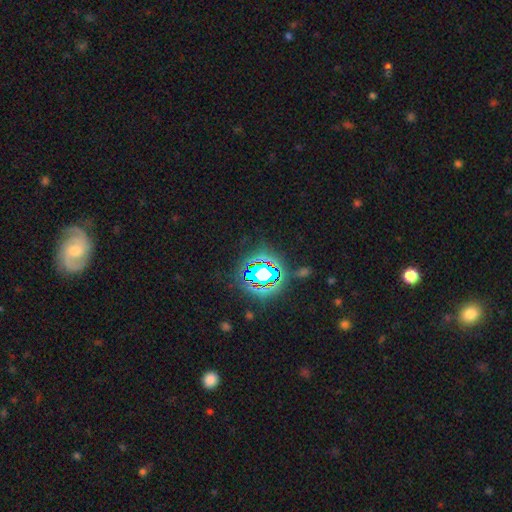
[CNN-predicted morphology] Overall: star or artifact (80%).